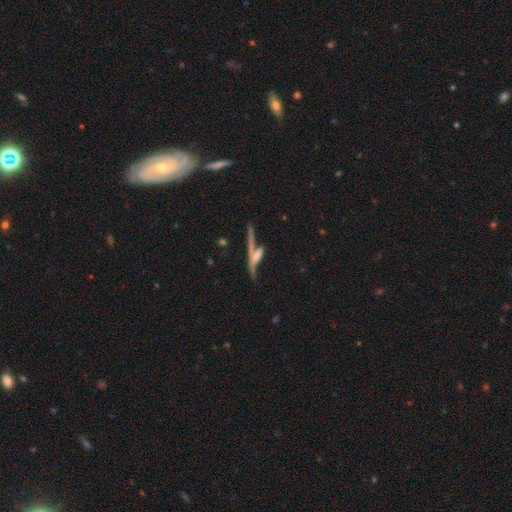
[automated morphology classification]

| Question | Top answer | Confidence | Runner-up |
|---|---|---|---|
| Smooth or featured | featured or disk | 52% | smooth (37%) |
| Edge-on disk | yes | 71% | no (29%) |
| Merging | merger | 41% | none (33%) |